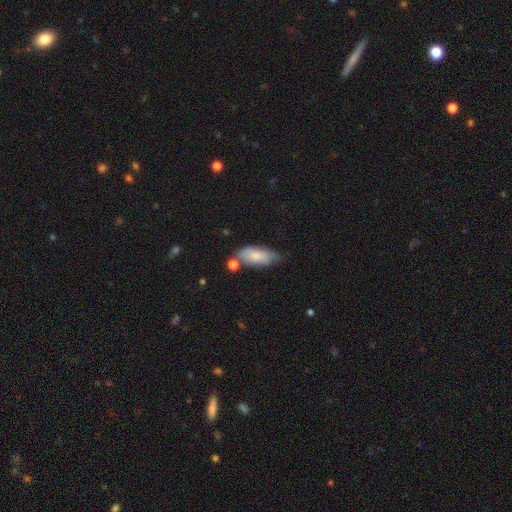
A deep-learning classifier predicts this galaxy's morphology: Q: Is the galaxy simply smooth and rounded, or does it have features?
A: smooth — 75%.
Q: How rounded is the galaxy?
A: in between — 81%.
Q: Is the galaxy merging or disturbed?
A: none — 52%.